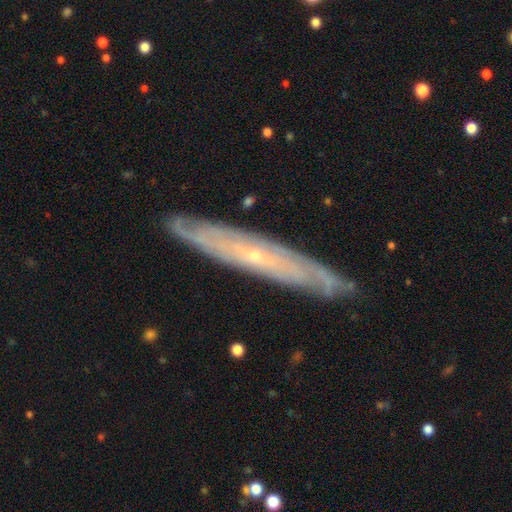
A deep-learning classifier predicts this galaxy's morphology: Smooth or featured? Predicted: featured or disk (p=0.81). Edge-on disk? Predicted: no (p=0.51). Merging? Predicted: none (p=0.85).